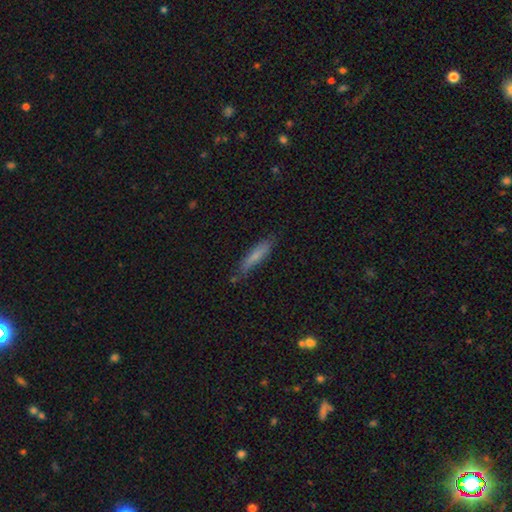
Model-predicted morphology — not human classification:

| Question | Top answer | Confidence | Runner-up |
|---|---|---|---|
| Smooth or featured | smooth | 71% | featured or disk (22%) |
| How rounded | cigar-shaped | 84% | in between (15%) |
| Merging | none | 74% | minor disturbance (19%) |